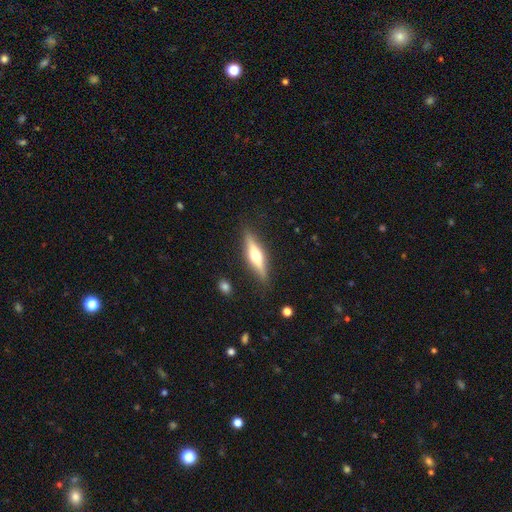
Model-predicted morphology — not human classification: featured or disk 62%, smooth 33%, star or artifact 6%. Down the decision tree: edge-on disk — yes (94%); edge-on bulge — rounded (93%); merging — none (87%).